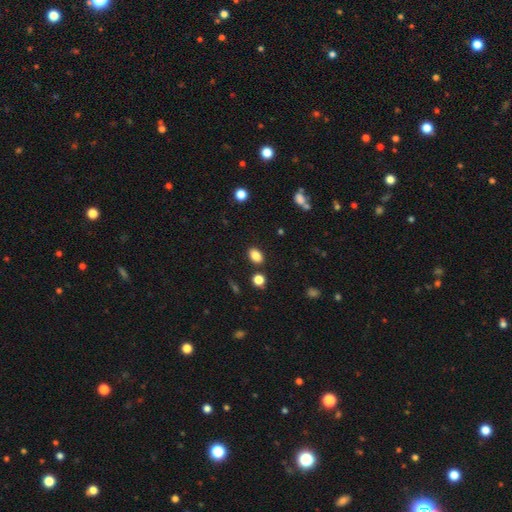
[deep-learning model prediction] smooth_or_featured: smooth (p=0.85) [alt: star or artifact p=0.10]
how_rounded: in between (p=0.81) [alt: round p=0.17]
merging: none (p=0.85) [alt: minor disturbance p=0.09]